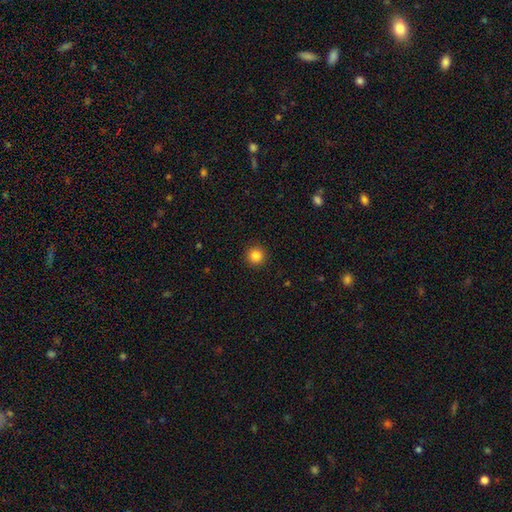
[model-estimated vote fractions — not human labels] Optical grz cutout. It shows a smooth galaxy with no disk features (85%) that is round (96%). Merging: none (92%).